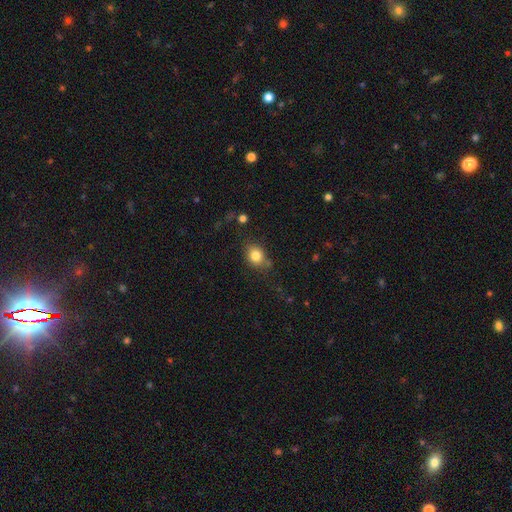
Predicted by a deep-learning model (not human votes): smooth 81%, star or artifact 10%, featured or disk 8%. Down the decision tree: how rounded — round (62%); merging — none (70%).